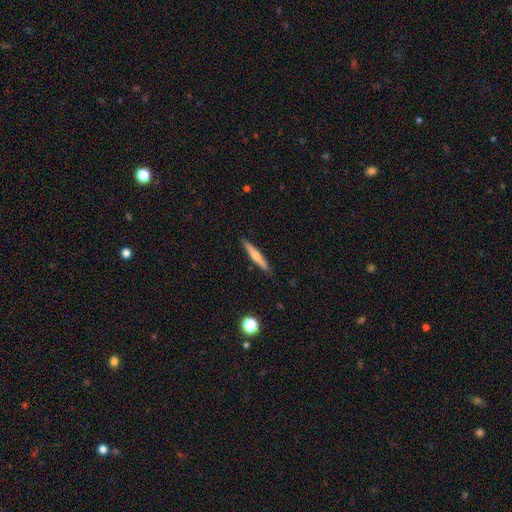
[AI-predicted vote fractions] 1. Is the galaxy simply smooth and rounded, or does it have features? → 48% featured or disk, 45% smooth, 6% star or artifact.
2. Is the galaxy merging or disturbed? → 90% none, 7% minor disturbance, 1% major disturbance, 1% merger.